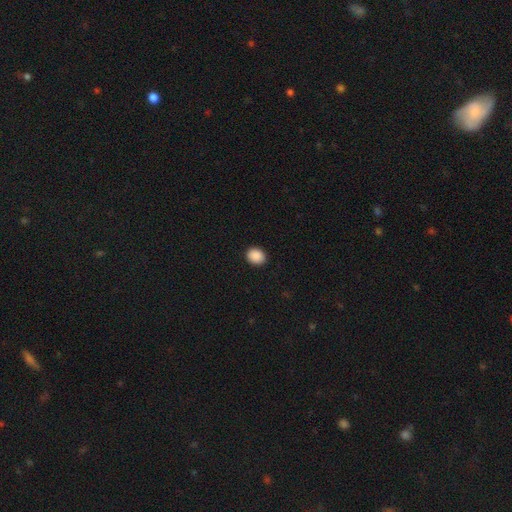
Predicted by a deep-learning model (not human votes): Overall: smooth (90%). How rounded: round (54%; in between 45%). Merging: none (91%).